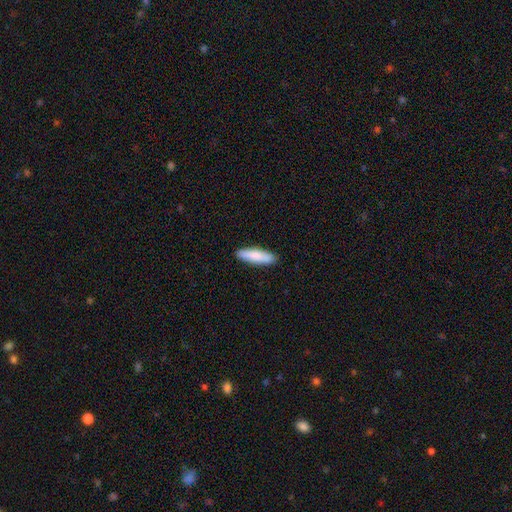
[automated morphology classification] Overall: smooth (83%). How rounded: cigar-shaped (68%; in between 30%). Merging: none (90%).